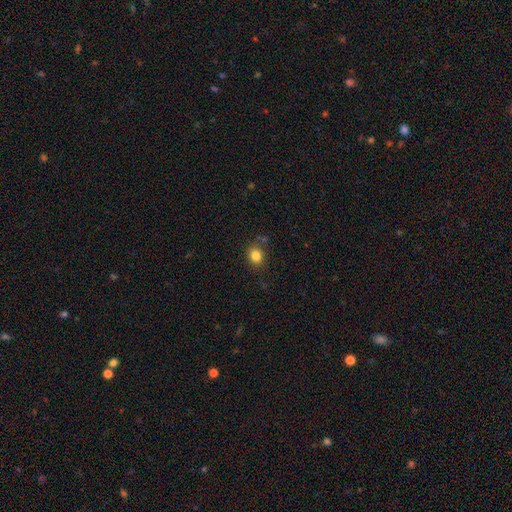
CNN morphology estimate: type=smooth (83%); roundness=round (67%); merging=none (78%).